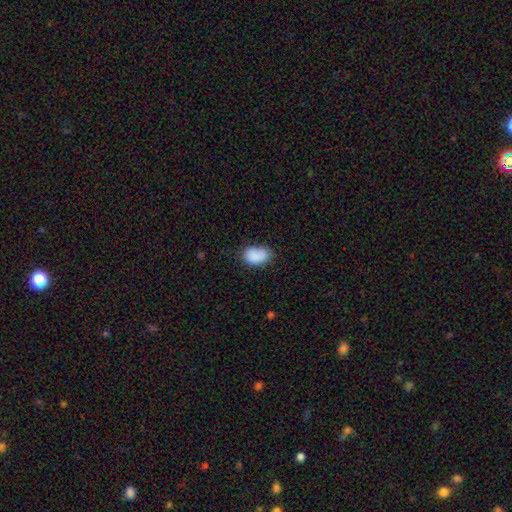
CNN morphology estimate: smooth-or-featured: smooth: 88% | star or artifact: 7% | featured or disk: 5%
  how-rounded: in between: 88% | round: 11% | cigar-shaped: 1%
  merging: none: 70% | minor disturbance: 23% | major disturbance: 5% | merger: 2%